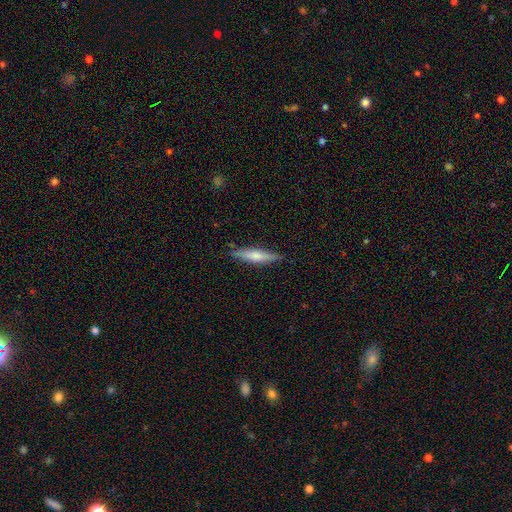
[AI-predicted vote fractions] Q: Smooth or featured?
A: smooth (55%); runner-up: featured or disk (39%)
Q: How rounded?
A: cigar-shaped (84%); runner-up: in between (15%)
Q: Merging?
A: none (86%); runner-up: minor disturbance (11%)